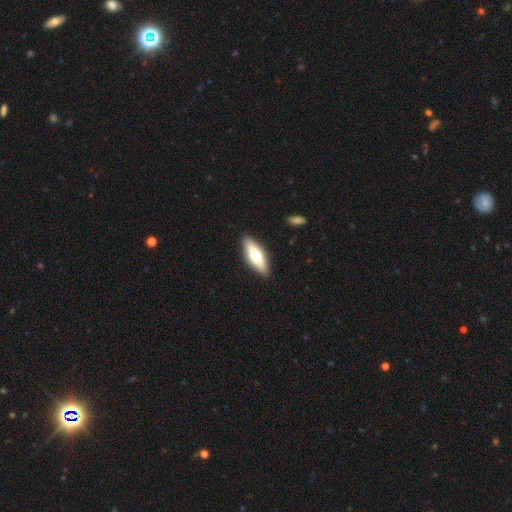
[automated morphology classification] A smooth galaxy with no disk features (58%) that is in between round and cigar-shaped (58%). Merging: none (89%).